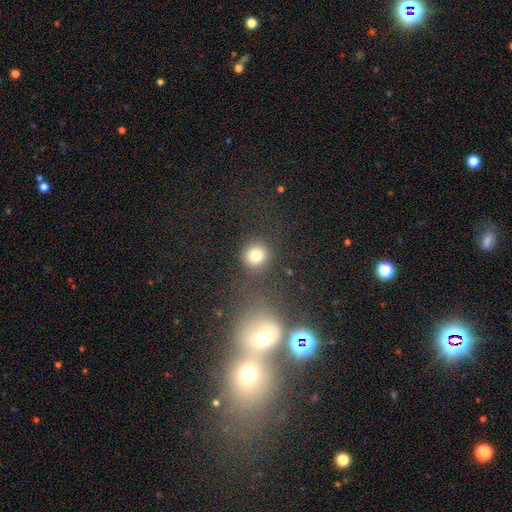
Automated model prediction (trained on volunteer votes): Q: Smooth or featured?
A: smooth (80%); runner-up: star or artifact (13%)
Q: How rounded?
A: round (89%); runner-up: in between (10%)
Q: Merging?
A: none (82%); runner-up: minor disturbance (9%)